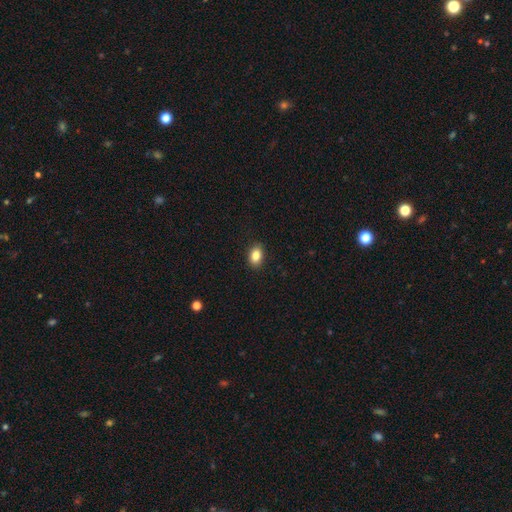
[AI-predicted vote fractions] smooth_or_featured: smooth (p=0.85) [alt: star or artifact p=0.09]
how_rounded: in between (p=0.82) [alt: round p=0.17]
merging: none (p=0.89) [alt: minor disturbance p=0.08]